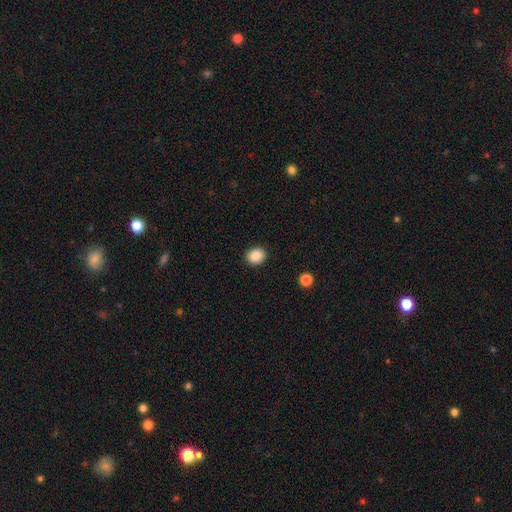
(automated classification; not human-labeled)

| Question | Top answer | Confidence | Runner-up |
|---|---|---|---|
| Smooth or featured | smooth | 88% | star or artifact (9%) |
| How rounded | round | 65% | in between (34%) |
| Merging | none | 91% | minor disturbance (6%) |